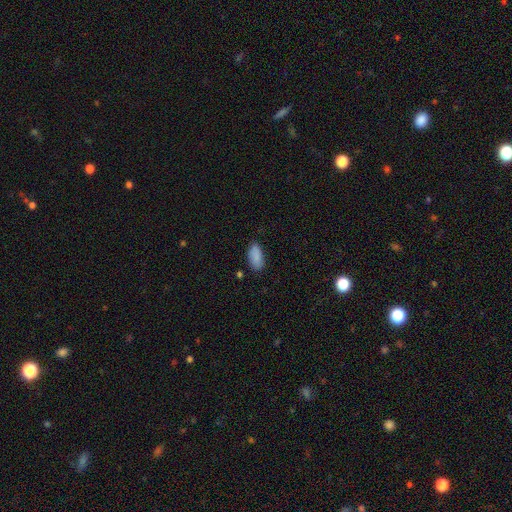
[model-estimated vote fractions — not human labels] Smooth or featured: smooth — 88% (star or artifact — 7%)
How rounded: in between — 91% (cigar-shaped — 7%)
Merging: none — 80% (minor disturbance — 15%)